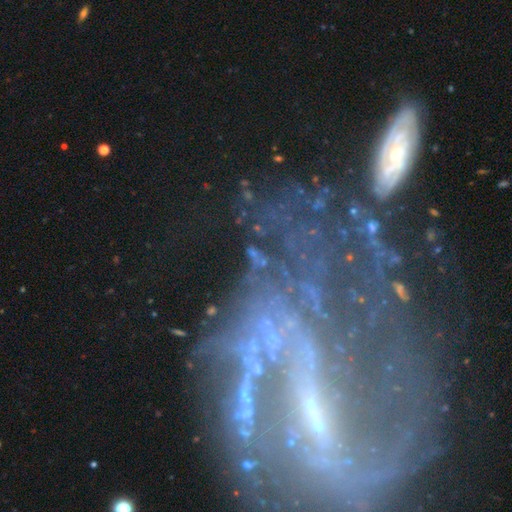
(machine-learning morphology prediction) A featured or disk galaxy (56%) with no bar (62%), spiral arms (66%) and a small central bulge (51%).

Vote fractions:
- Smooth or featured? featured or disk: 56% / star or artifact: 28% / smooth: 16%
- Edge-on disk? no: 93% / yes: 7%
- Bar? no: 62% / weak: 23% / strong: 15%
- Spiral arms? yes: 66% / no: 34%
- Bulge size? small: 51% / none: 24% / moderate: 17% / large: 4% / dominant: 3%
- Merging? none: 60% / minor disturbance: 18% / major disturbance: 16% / merger: 7%